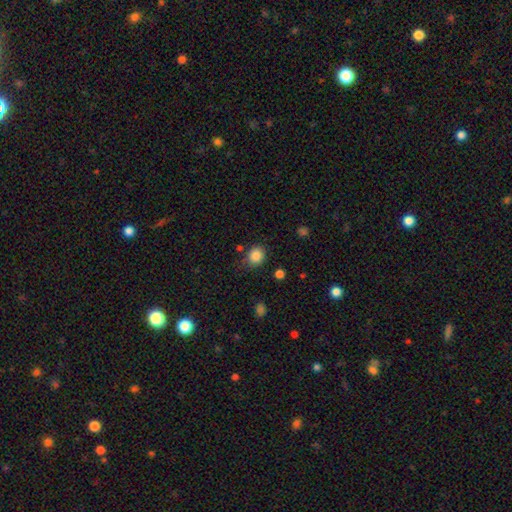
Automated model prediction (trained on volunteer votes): A smooth galaxy with no disk features (85%) that is round (71%). Merging: none (76%).